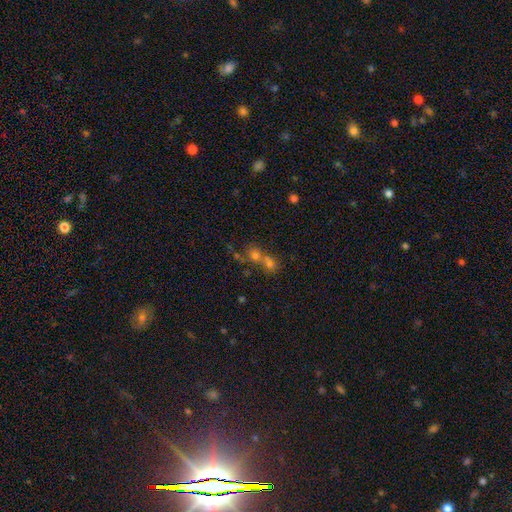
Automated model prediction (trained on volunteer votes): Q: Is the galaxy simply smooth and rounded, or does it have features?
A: smooth — 56%.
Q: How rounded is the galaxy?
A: round — 73%.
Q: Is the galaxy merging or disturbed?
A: merger — 62%.